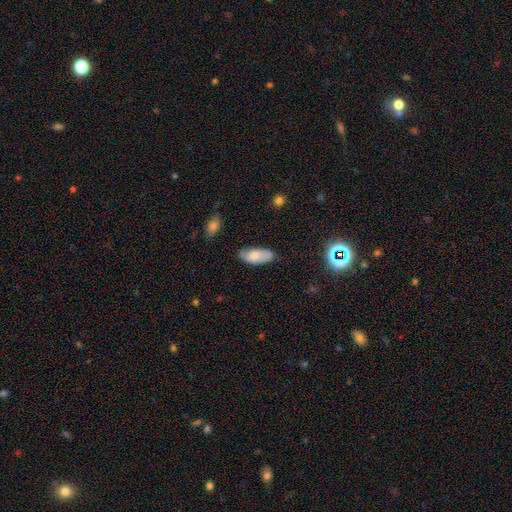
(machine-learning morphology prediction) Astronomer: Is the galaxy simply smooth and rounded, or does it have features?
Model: smooth — 75%.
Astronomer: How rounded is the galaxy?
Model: in between — 88%.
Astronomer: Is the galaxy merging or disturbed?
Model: none — 67%.